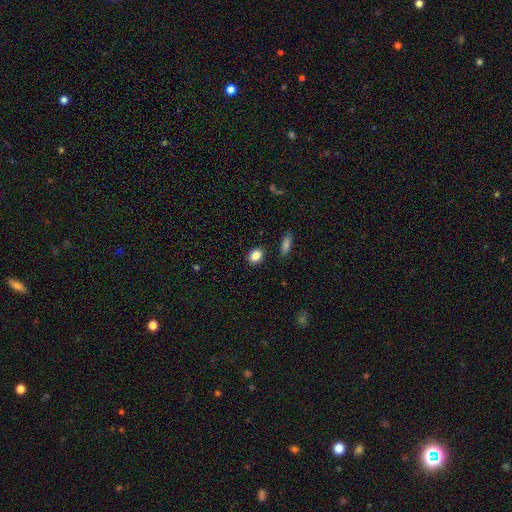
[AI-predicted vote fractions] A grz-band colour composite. It shows a smooth galaxy with no disk features (86%) that is in between round and cigar-shaped (61%). Merging: none (87%).